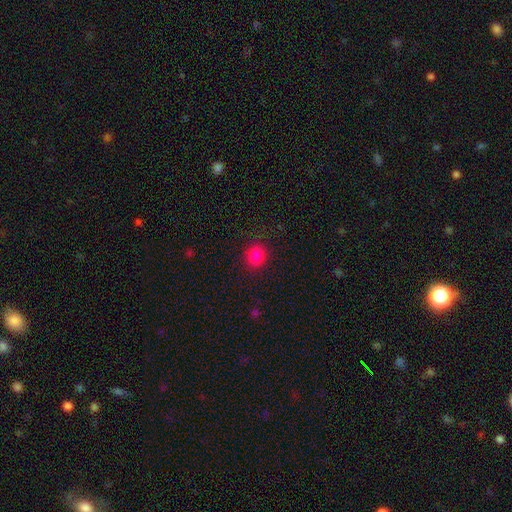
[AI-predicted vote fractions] The model was most divided on "how rounded": round: 81%, in between: 18%, cigar-shaped: 1%. More confident: merging — none (88%); smooth or featured — smooth (84%).